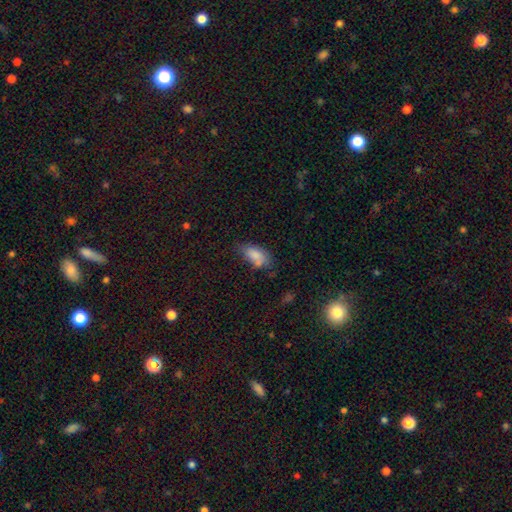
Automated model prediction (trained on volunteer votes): This is clearly a smooth galaxy (80%). How rounded: clearly in between (90%). Merging: possibly none (48%).